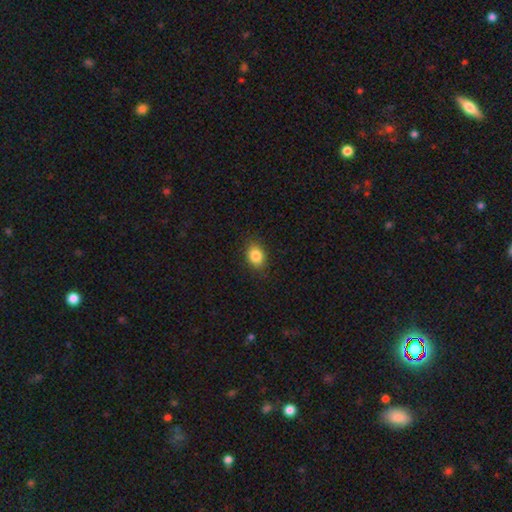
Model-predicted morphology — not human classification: A smooth galaxy with no disk features (85%) that is in between round and cigar-shaped (65%).

Vote fractions:
- Smooth or featured? smooth: 85% / star or artifact: 9% / featured or disk: 6%
- How rounded? in between: 65% / round: 34% / cigar-shaped: 1%
- Merging? none: 86% / minor disturbance: 10% / major disturbance: 3% / merger: 1%